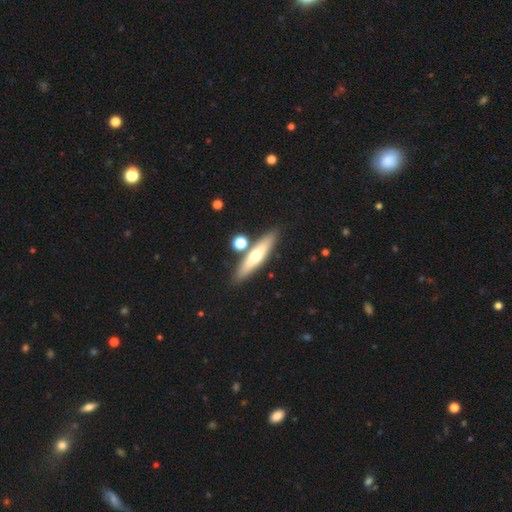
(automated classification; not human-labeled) Q: Smooth or featured?
A: smooth (51%); runner-up: featured or disk (42%)
Q: How rounded?
A: cigar-shaped (79%); runner-up: in between (18%)
Q: Merging?
A: none (80%); runner-up: merger (9%)